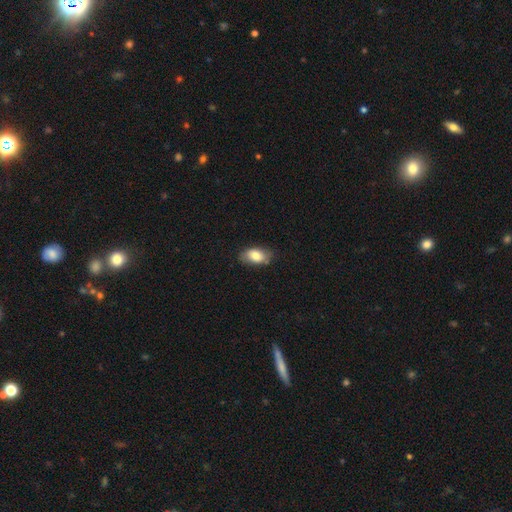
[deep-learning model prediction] A smooth galaxy with no disk features (80%) that is in between round and cigar-shaped (91%). Merging: none (76%).